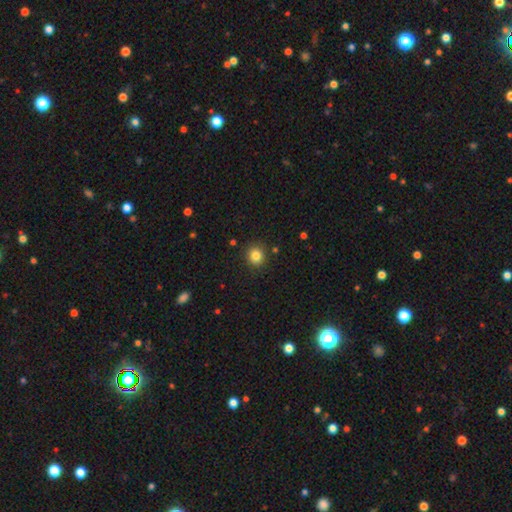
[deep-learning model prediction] This is clearly a smooth galaxy (83%). How rounded: clearly round (88%). Merging: clearly none (88%).